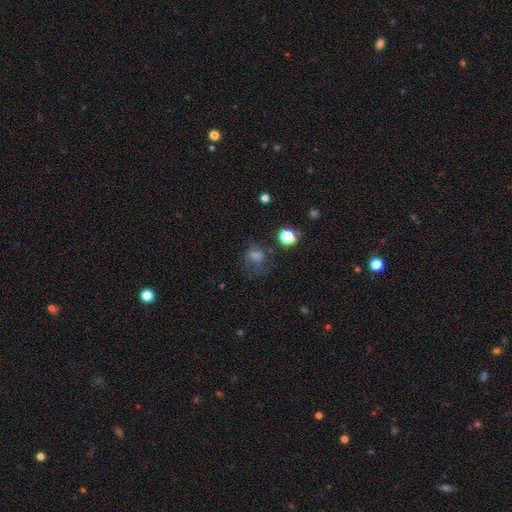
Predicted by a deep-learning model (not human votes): Smooth or featured?
  - smooth: 53% *
  - star or artifact: 24%
  - featured or disk: 23%
How rounded?
  - round: 57% *
  - in between: 41%
  - cigar-shaped: 1%
Merging?
  - none: 51% *
  - major disturbance: 23%
  - minor disturbance: 22%
  - merger: 4%